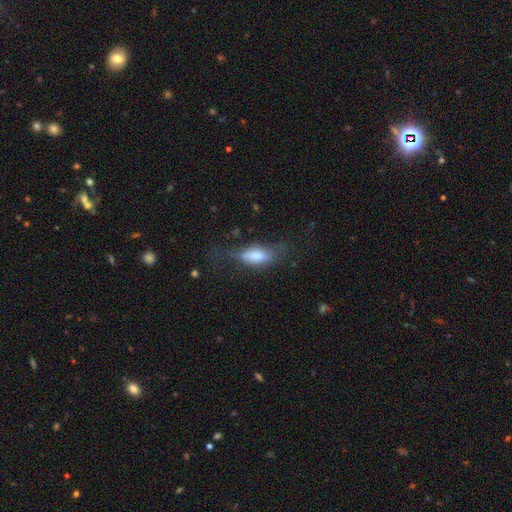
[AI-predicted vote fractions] A smooth galaxy with no disk features (66%) that is in between round and cigar-shaped (74%).

Vote fractions:
- Smooth or featured? smooth: 66% / featured or disk: 26% / star or artifact: 9%
- How rounded? in between: 74% / cigar-shaped: 23% / round: 3%
- Merging? none: 37% / major disturbance: 32% / minor disturbance: 29% / merger: 3%